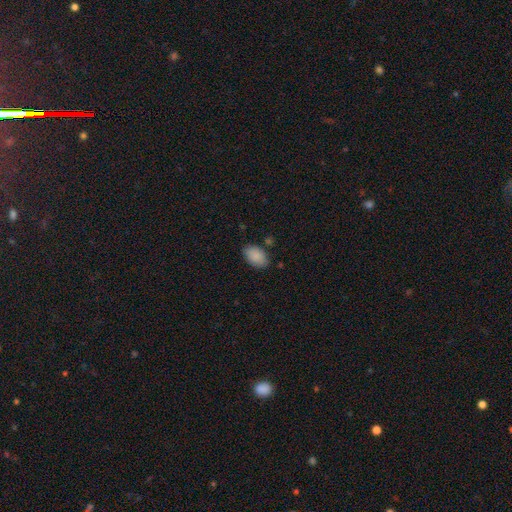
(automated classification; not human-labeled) This is clearly a smooth galaxy (89%). How rounded: clearly in between (90%). Merging: clearly none (81%).